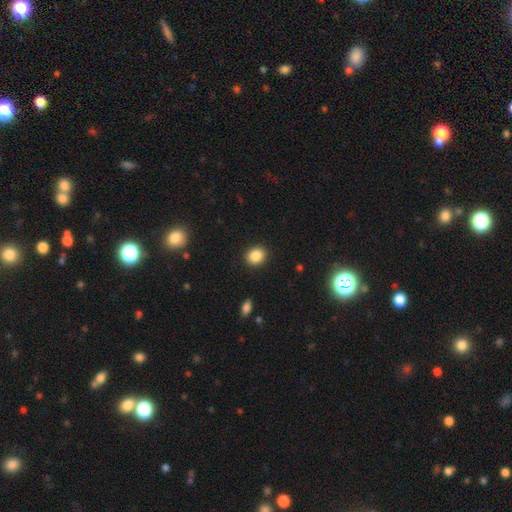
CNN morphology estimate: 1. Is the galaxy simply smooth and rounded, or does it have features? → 86% smooth, 9% star or artifact, 4% featured or disk.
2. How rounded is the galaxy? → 70% round, 29% in between, 1% cigar-shaped.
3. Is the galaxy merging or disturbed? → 91% none, 6% minor disturbance, 2% major disturbance, 1% merger.